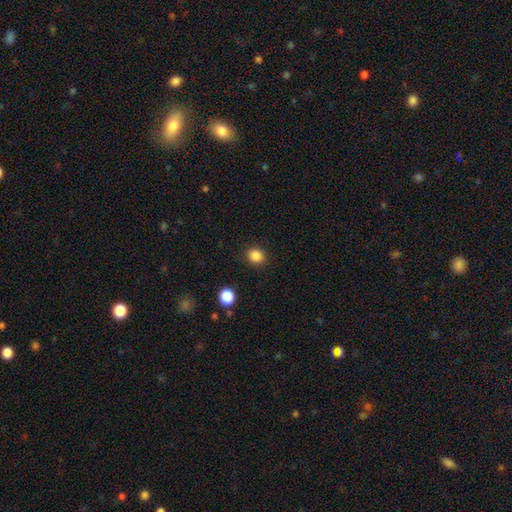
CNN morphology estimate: This is clearly a smooth galaxy (86%). How rounded: likely round (77%). Merging: clearly none (89%).